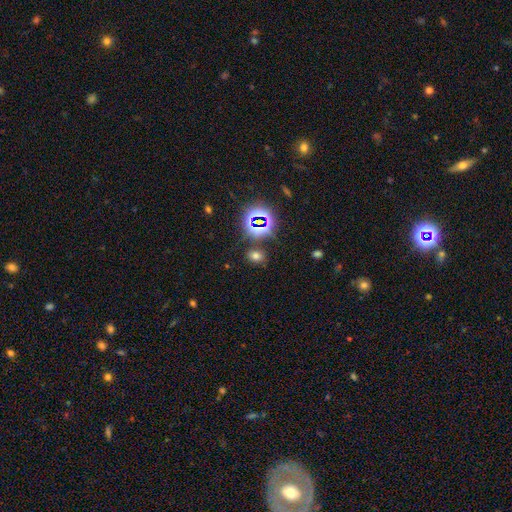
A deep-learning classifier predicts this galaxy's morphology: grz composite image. It shows a smooth galaxy with no disk features (62%) that is in between round and cigar-shaped (63%). Merging: none (82%).